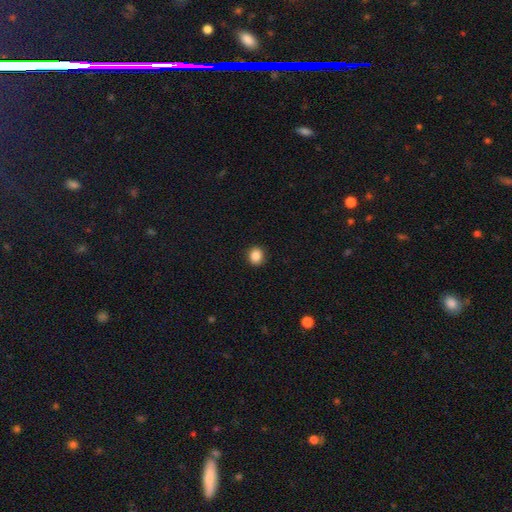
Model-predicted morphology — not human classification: Overall: smooth (87%). How rounded: round (77%). Merging: none (91%).